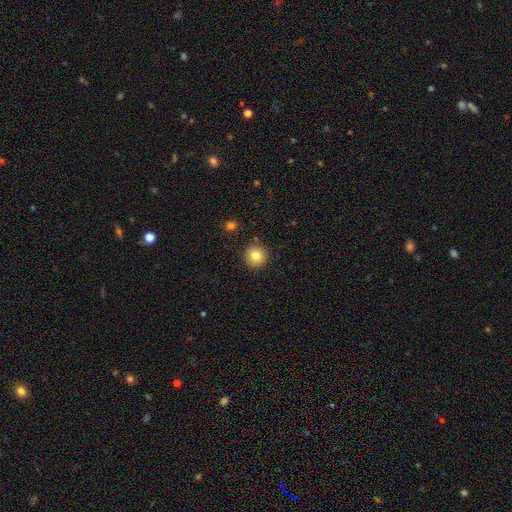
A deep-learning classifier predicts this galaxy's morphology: type=smooth (81%); roundness=round (94%); merging=none (90%).